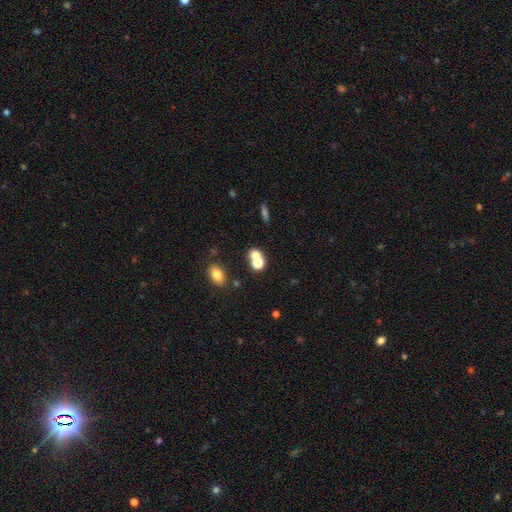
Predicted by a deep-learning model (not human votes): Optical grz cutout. It shows a smooth galaxy with no disk features (70%) that is round (61%). Merging: merger (49%).